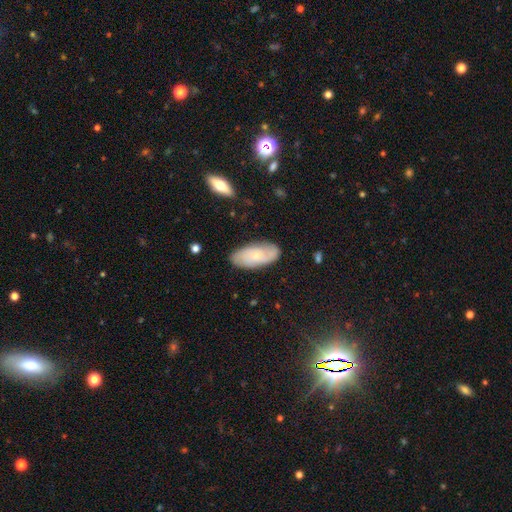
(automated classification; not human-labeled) A smooth galaxy with no disk features (50%). Merging: none (80%).